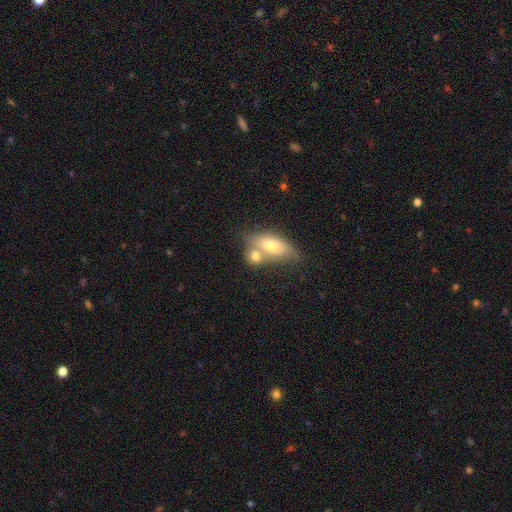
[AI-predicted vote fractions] Smooth or featured? smooth (70%)
How rounded? in between (64%)
Merging? merger (56%)